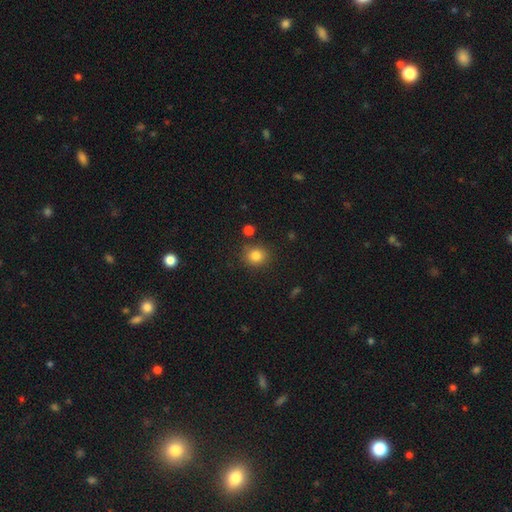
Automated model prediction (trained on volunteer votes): smooth 83%, star or artifact 11%, featured or disk 6%. Down the decision tree: how rounded — round (80%); merging — none (82%).